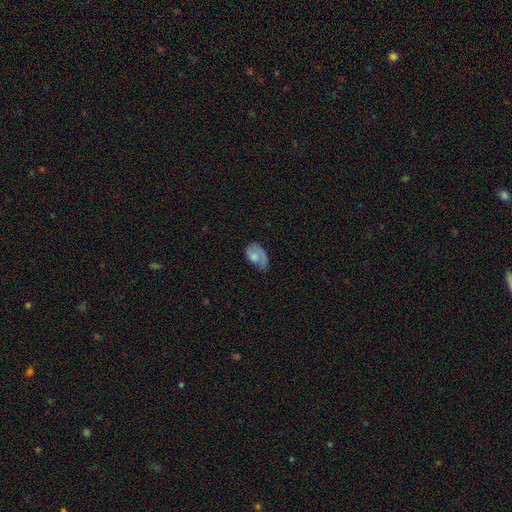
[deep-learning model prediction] Smooth or featured? Predicted: smooth (p=0.52). How rounded? Predicted: in between (p=0.86). Merging? Predicted: major disturbance (p=0.35).